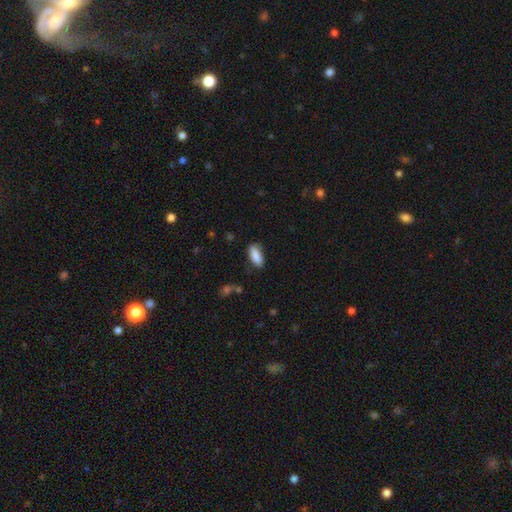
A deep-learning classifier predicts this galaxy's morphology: Smooth or featured: smooth — 88% (star or artifact — 7%)
How rounded: in between — 81% (cigar-shaped — 17%)
Merging: none — 77% (minor disturbance — 17%)